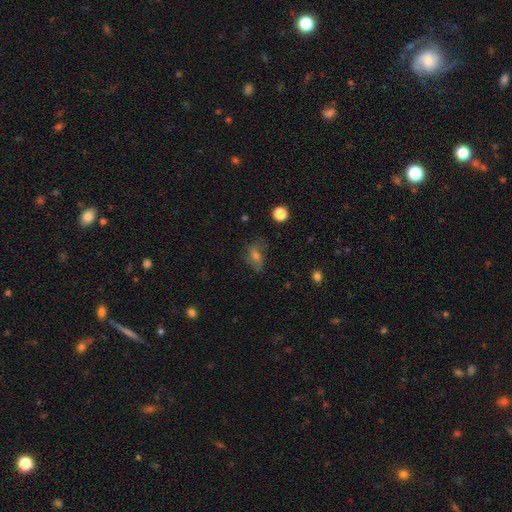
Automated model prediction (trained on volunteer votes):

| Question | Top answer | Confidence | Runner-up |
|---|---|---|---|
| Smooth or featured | smooth | 49% | featured or disk (29%) |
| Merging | none | 61% | minor disturbance (24%) |